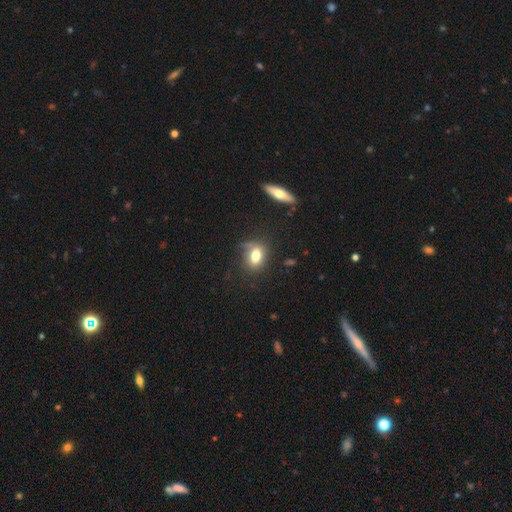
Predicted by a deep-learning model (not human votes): Q: Smooth or featured?
A: smooth (75%); runner-up: featured or disk (14%)
Q: How rounded?
A: in between (73%); runner-up: round (23%)
Q: Merging?
A: none (64%); runner-up: minor disturbance (22%)